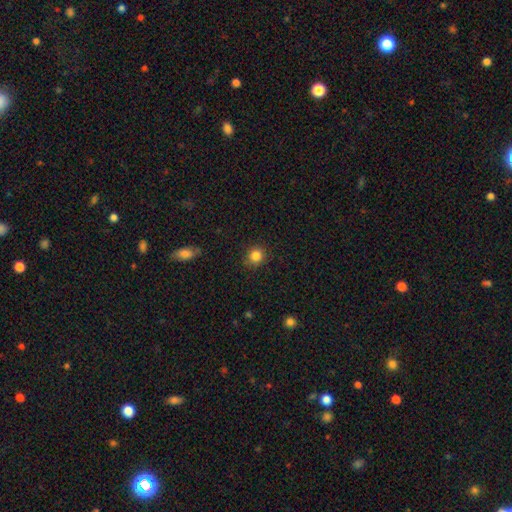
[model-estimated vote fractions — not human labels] The model was most divided on "how rounded": round: 86%, in between: 13%, cigar-shaped: 1%. More confident: merging — none (86%); smooth or featured — smooth (84%).